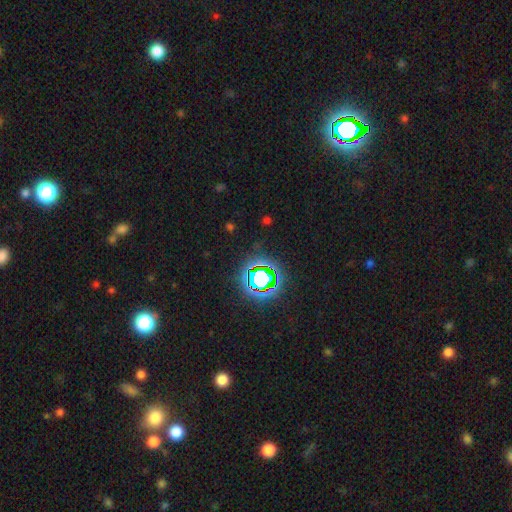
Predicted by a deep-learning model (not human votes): Q: Smooth or featured?
A: star or artifact (79%); runner-up: smooth (14%)